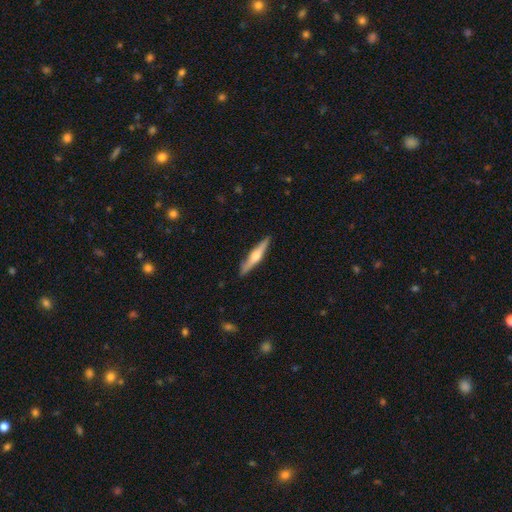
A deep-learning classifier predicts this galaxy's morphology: Smooth or featured: featured or disk — 62% (smooth — 32%)
Edge-on disk: yes — 97% (no — 3%)
Edge-on bulge: rounded — 91% (boxy — 5%)
Merging: none — 89% (minor disturbance — 8%)